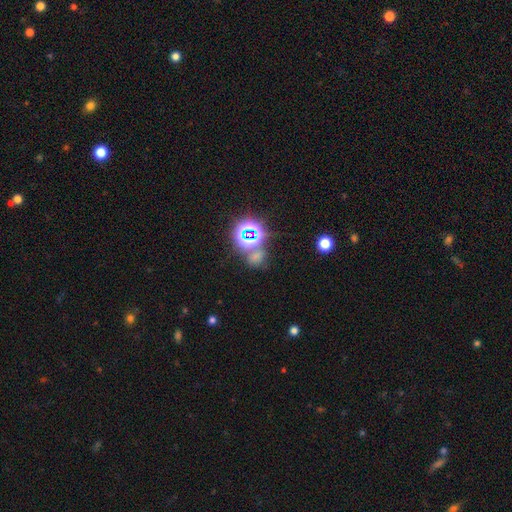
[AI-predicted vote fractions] A star or artifact, not a galaxy (66%).

Vote fractions:
- Smooth or featured? star or artifact: 66% / smooth: 24% / featured or disk: 10%